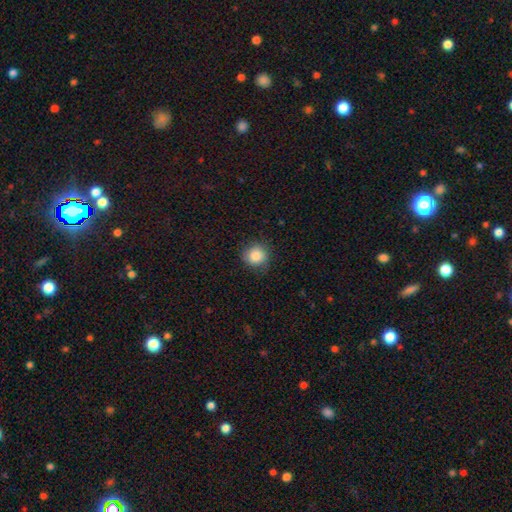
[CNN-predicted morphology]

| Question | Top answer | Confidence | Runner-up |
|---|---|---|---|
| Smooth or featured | smooth | 86% | star or artifact (9%) |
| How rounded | round | 90% | in between (9%) |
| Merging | none | 82% | minor disturbance (14%) |